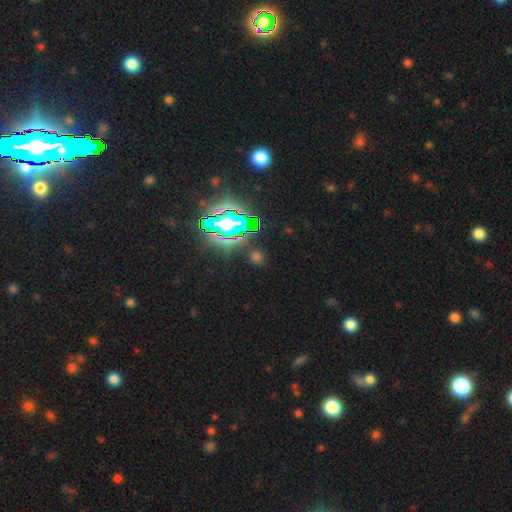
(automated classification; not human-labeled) Q: Smooth or featured?
A: star or artifact (64%); runner-up: smooth (26%)